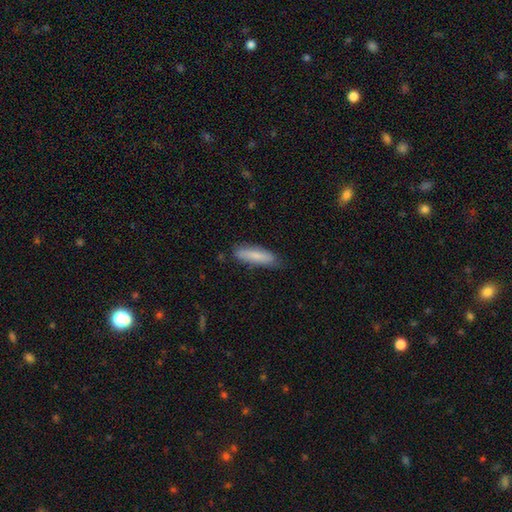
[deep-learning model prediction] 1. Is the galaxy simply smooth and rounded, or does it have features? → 78% smooth, 16% featured or disk, 6% star or artifact.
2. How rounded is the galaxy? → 71% cigar-shaped, 28% in between, 2% round.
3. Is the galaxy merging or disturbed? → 78% none, 18% minor disturbance, 3% major disturbance, 1% merger.